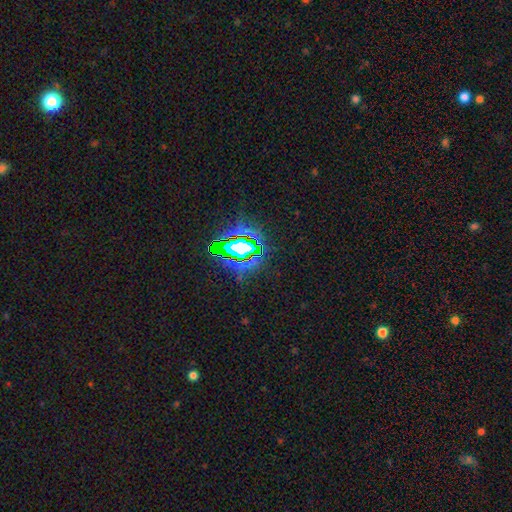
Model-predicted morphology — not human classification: Smooth or featured? Predicted: star or artifact (p=0.78).